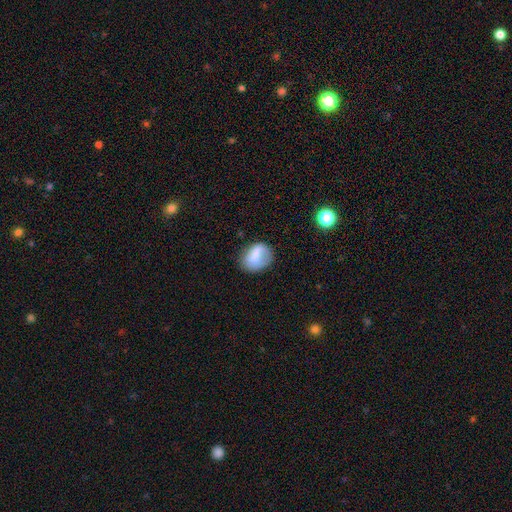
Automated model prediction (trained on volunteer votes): This is likely a smooth galaxy (70%). How rounded: likely in between (61%). Merging: possibly none (58%).